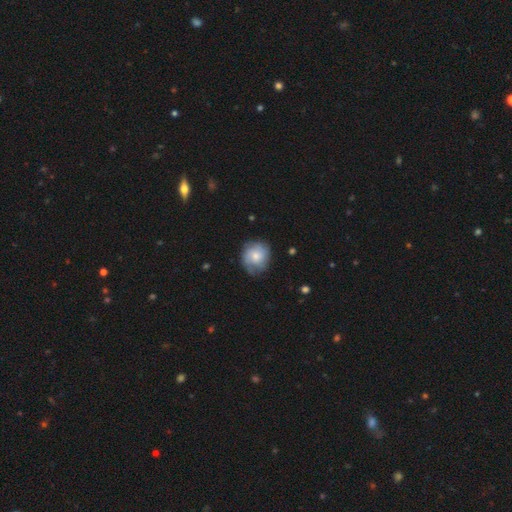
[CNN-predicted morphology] Overall: smooth (61%; featured or disk 32%). How rounded: round (79%). Merging: none (66%).